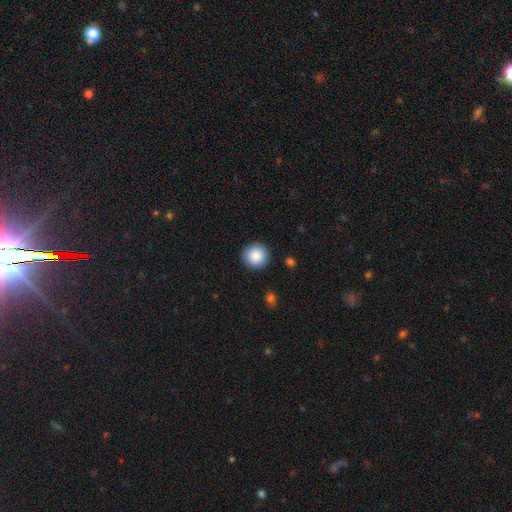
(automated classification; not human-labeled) Morphology: type=smooth (88%); roundness=round (95%); merging=none (91%).